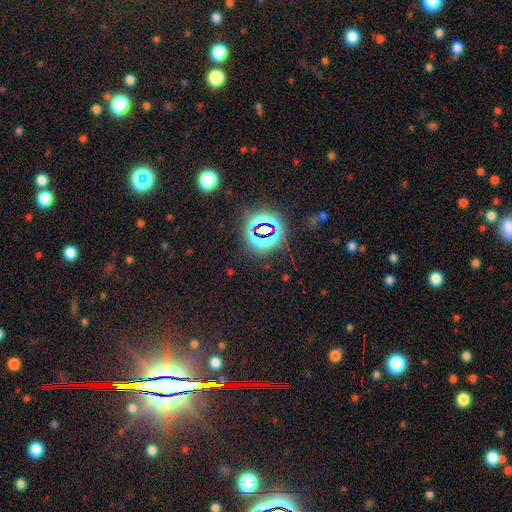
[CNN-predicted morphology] smooth_or_featured: star or artifact (p=0.82) [alt: smooth p=0.09]